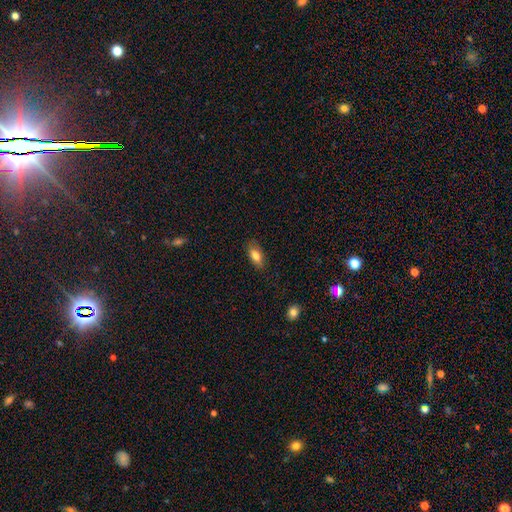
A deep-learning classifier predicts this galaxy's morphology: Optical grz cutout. It shows a smooth galaxy with no disk features (81%) that is in between round and cigar-shaped (85%). Merging: none (82%).